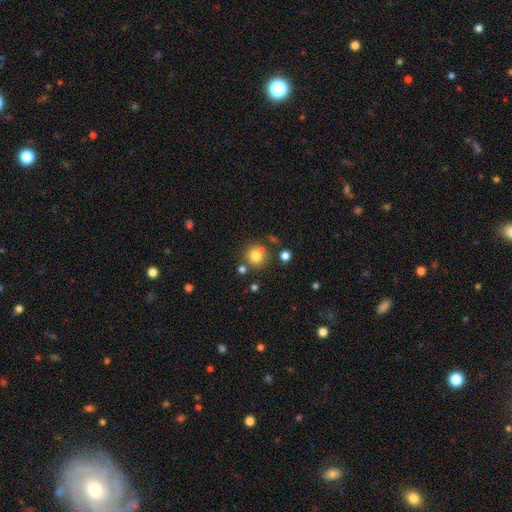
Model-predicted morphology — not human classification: type=smooth (79%); roundness=round (93%); merging=none (76%).